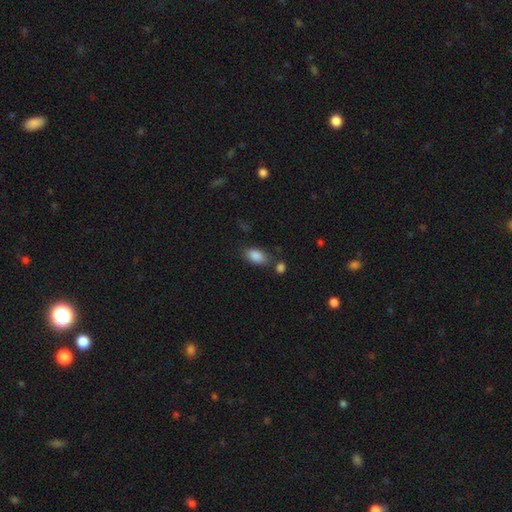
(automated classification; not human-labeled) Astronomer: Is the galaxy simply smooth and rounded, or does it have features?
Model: smooth — 87%.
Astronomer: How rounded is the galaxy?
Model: in between — 91%.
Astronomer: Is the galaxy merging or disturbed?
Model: none — 70%.